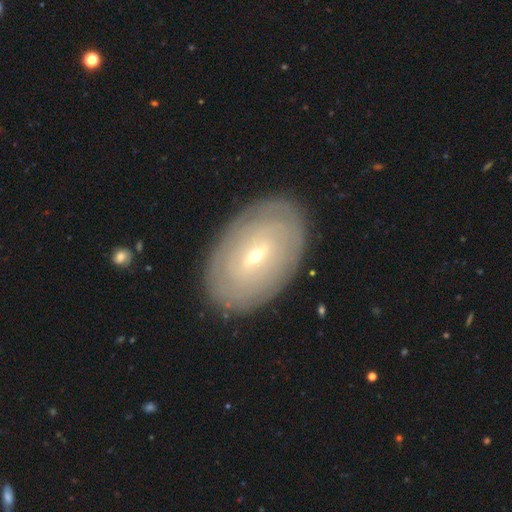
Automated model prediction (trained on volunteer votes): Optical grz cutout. It shows a featured or disk galaxy (70%) with a weak bar (50%), spiral arms (58%) and a small central bulge (68%). Merging: none (87%).